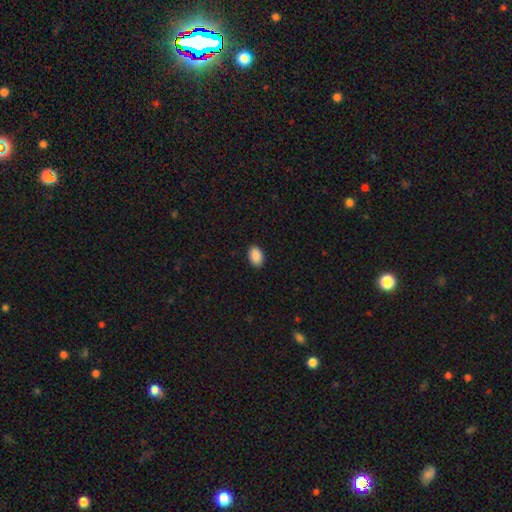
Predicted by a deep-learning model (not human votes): Smooth or featured?
  - smooth: 91% *
  - star or artifact: 7%
  - featured or disk: 2%
How rounded?
  - in between: 87% *
  - round: 12%
  - cigar-shaped: 1%
Merging?
  - none: 90% *
  - minor disturbance: 7%
  - major disturbance: 2%
  - merger: 1%